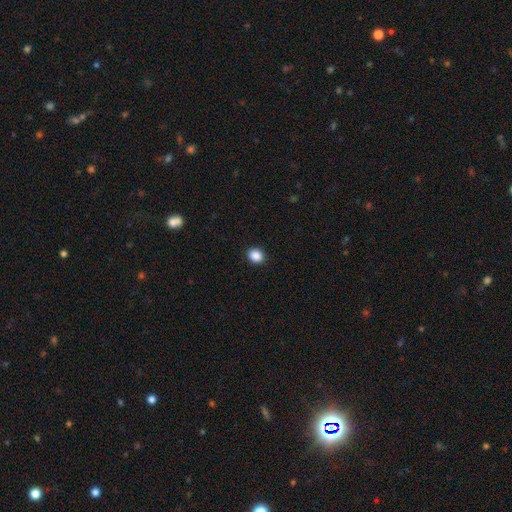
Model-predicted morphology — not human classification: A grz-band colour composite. It shows a smooth galaxy with no disk features (88%) that is round (66%). Merging: none (92%).